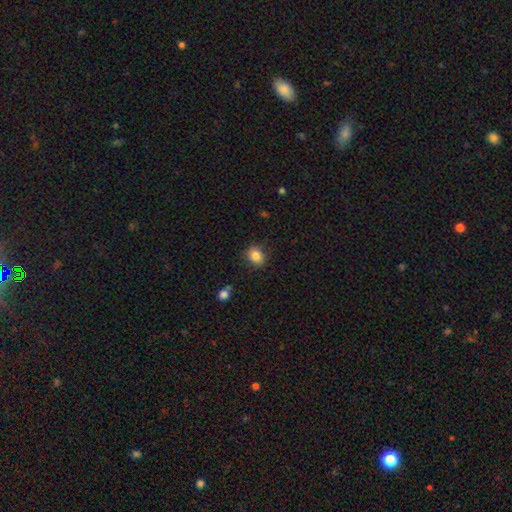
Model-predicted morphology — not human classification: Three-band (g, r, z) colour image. It shows a smooth galaxy with no disk features (85%) that is round (57%). Merging: none (85%).